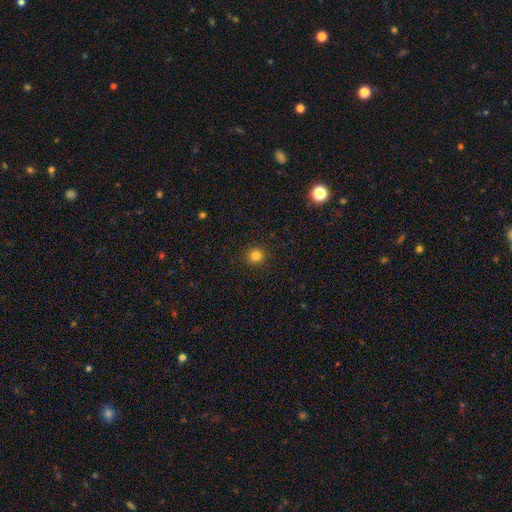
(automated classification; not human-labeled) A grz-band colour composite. It shows a smooth galaxy with no disk features (82%) that is round (93%). Merging: none (92%).